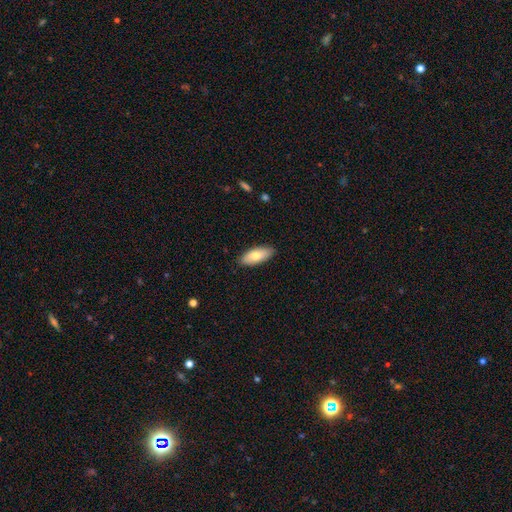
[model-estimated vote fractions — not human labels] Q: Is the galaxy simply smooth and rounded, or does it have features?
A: smooth — 76%.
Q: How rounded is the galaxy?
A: in between — 84%.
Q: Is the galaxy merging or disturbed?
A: none — 88%.